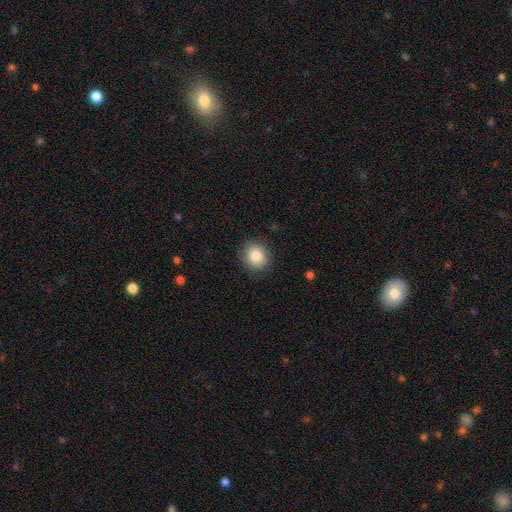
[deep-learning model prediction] smooth_or_featured: smooth (p=0.85) [alt: star or artifact p=0.09]
how_rounded: round (p=0.78) [alt: in between p=0.22]
merging: none (p=0.87) [alt: minor disturbance p=0.10]